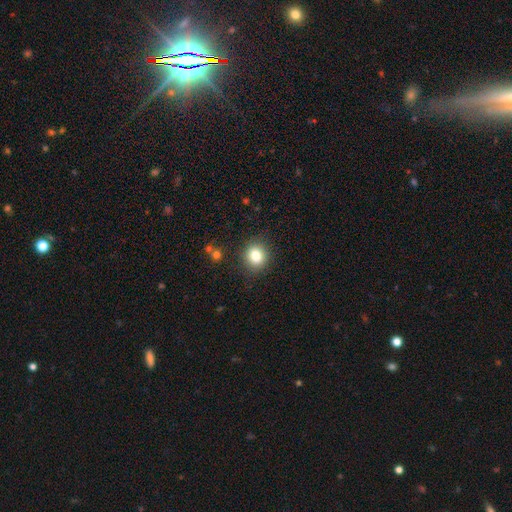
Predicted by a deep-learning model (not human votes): A smooth galaxy with no disk features (82%) that is round (77%). Merging: none (88%).